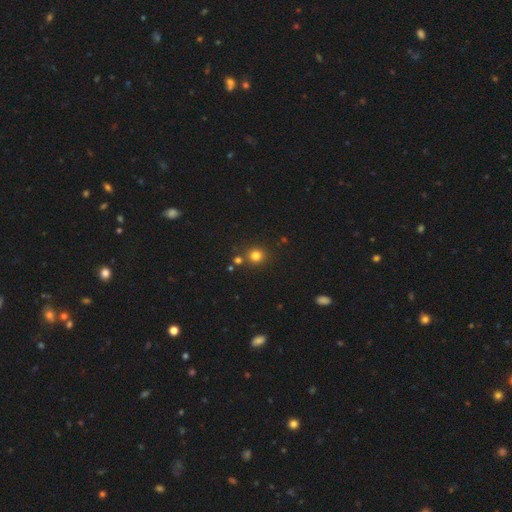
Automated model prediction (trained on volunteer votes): smooth 78%, star or artifact 16%, featured or disk 6%. Down the decision tree: how rounded — round (89%); merging — none (81%).